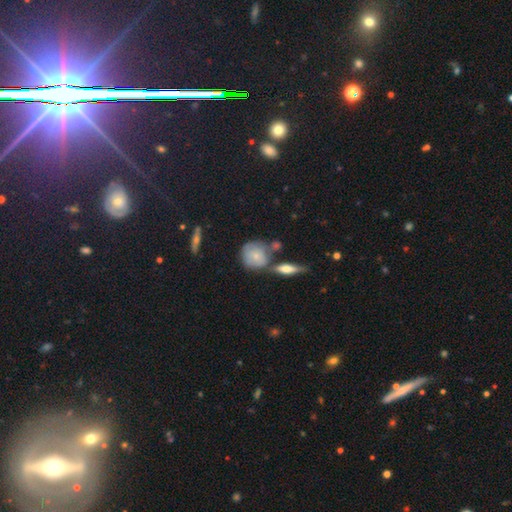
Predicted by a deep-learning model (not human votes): A smooth galaxy with no disk features (61%) that is round (74%). Merging: none (51%).